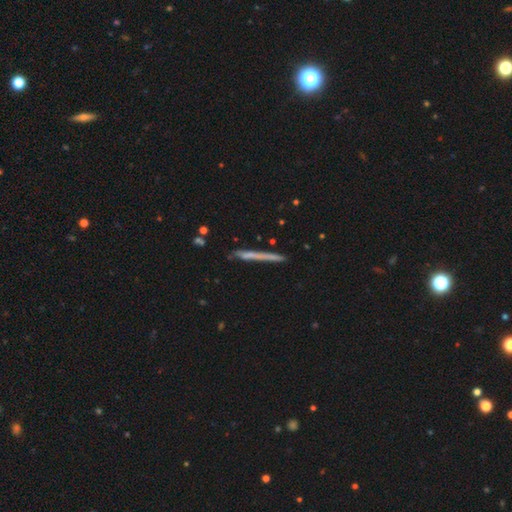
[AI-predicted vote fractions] A featured or disk galaxy (45%). Merging: none (84%).